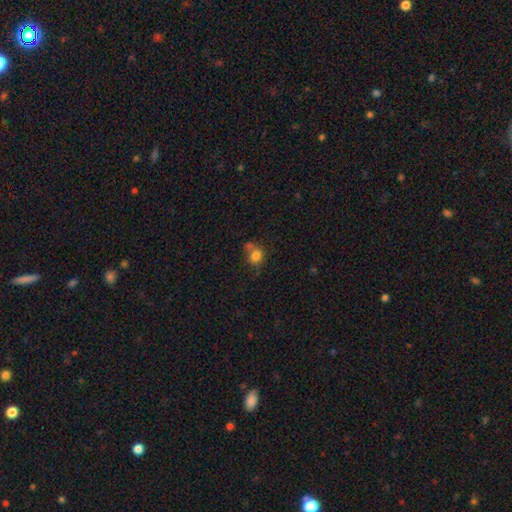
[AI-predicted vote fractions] Morphology: type=smooth (78%); roundness=round (73%); merging=none (46%).